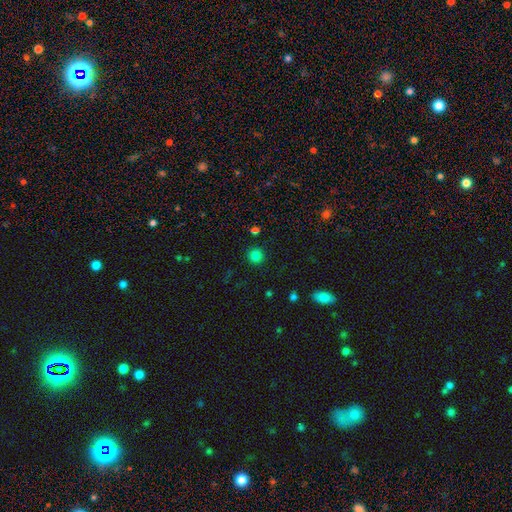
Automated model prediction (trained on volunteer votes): Overall: smooth (82%). How rounded: round (93%). Merging: none (91%).